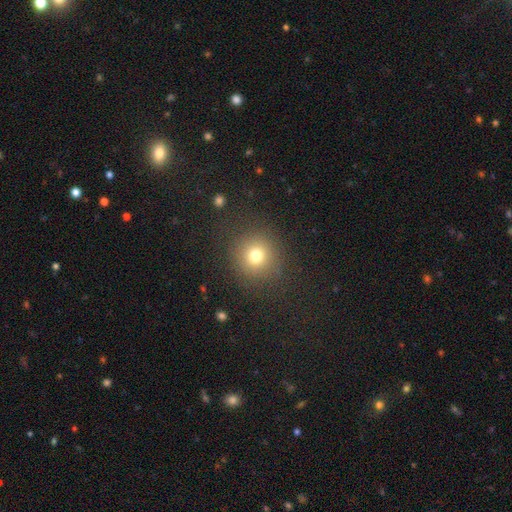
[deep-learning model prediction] A smooth galaxy with no disk features (75%) that is round (92%). Merging: none (86%).